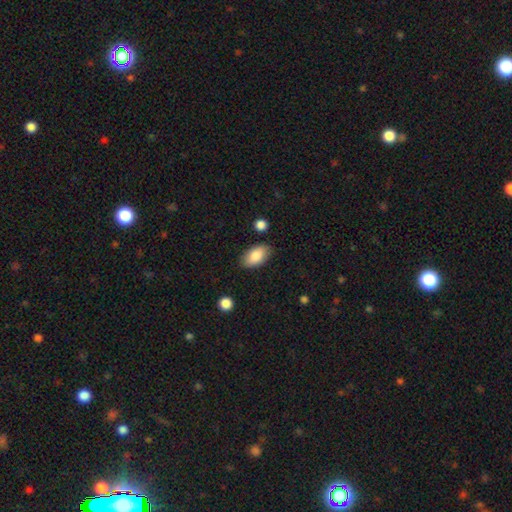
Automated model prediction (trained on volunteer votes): Morphology: type=smooth (85%); roundness=in between (94%); merging=none (84%).